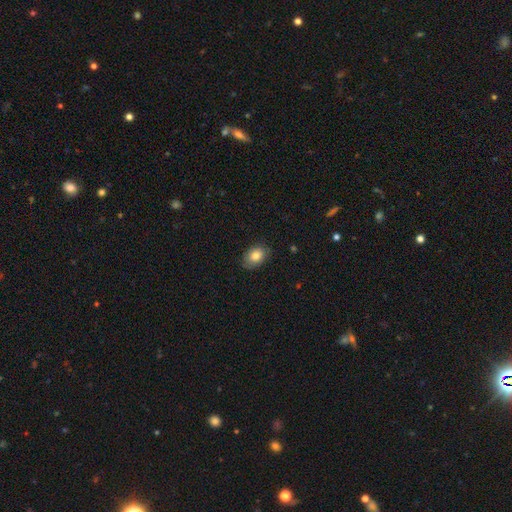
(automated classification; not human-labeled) The model was most divided on "how rounded": in between: 77%, round: 22%, cigar-shaped: 1%. More confident: smooth or featured — smooth (81%); merging — none (80%).